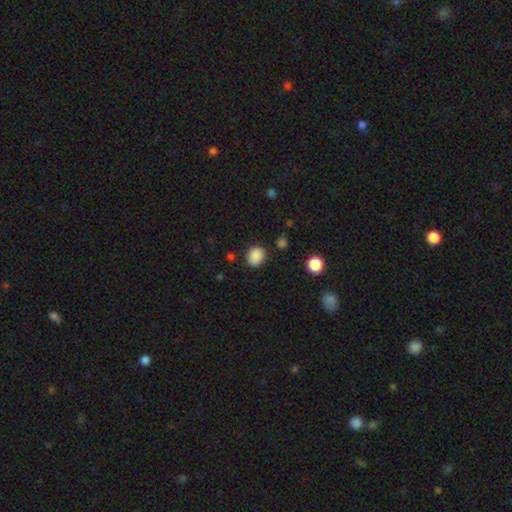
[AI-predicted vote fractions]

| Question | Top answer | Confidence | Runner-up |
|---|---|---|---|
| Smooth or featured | smooth | 87% | star or artifact (10%) |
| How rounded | round | 56% | in between (43%) |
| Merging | none | 80% | minor disturbance (14%) |